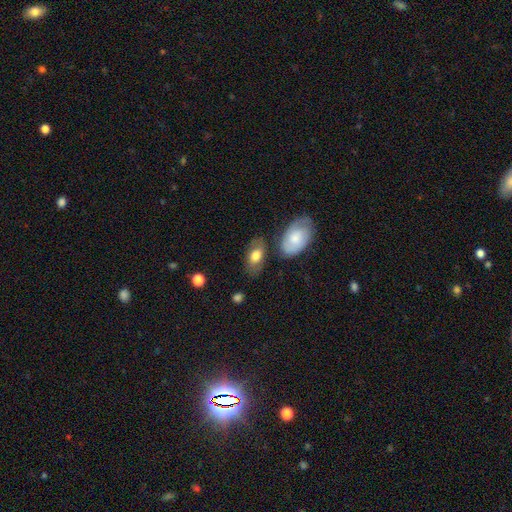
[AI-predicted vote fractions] smooth 71%, featured or disk 23%, star or artifact 6%. Down the decision tree: how rounded — in between (91%); merging — none (68%).